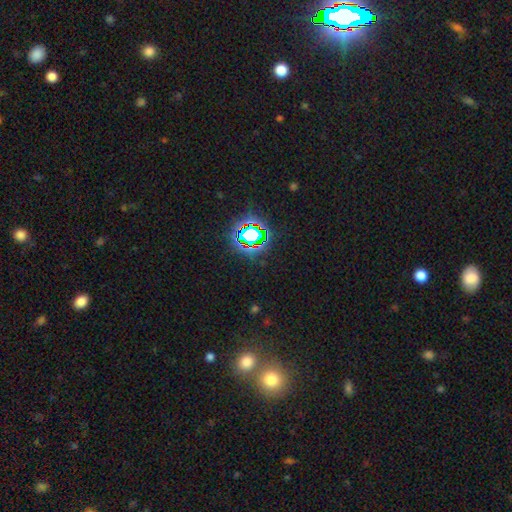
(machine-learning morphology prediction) smooth-or-featured: star or artifact: 74% | smooth: 18% | featured or disk: 9%